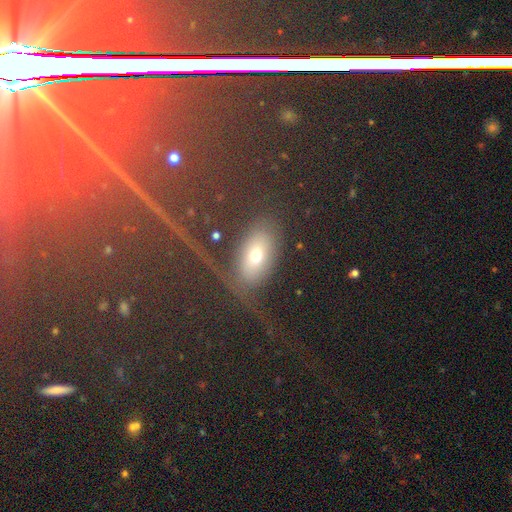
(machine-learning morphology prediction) Smooth or featured? smooth (60%)
How rounded? in between (80%)
Merging? none (63%)